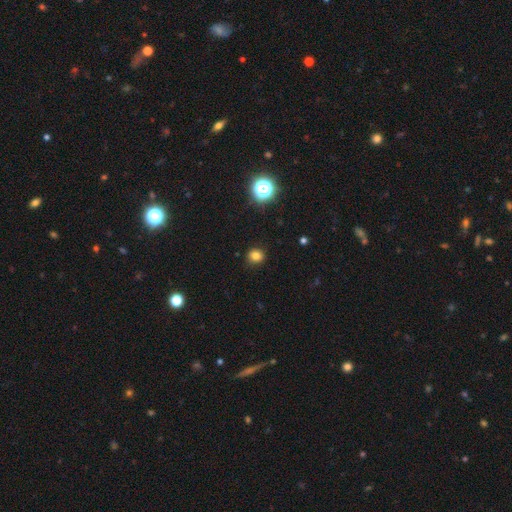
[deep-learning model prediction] smooth_or_featured: smooth (p=0.79) [alt: star or artifact p=0.16]
how_rounded: round (p=0.84) [alt: in between p=0.15]
merging: none (p=0.88) [alt: minor disturbance p=0.09]